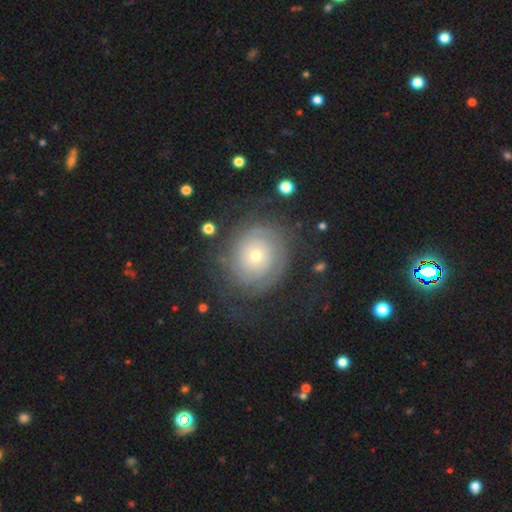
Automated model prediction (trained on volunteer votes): Smooth or featured: featured or disk — 74% (smooth — 18%)
Edge-on disk: no — 97% (yes — 3%)
Bar: no — 86% (weak — 11%)
Spiral arms: yes — 89% (no — 11%)
Spiral winding: tight — 76% (medium — 17%)
Spiral arm count: can't tell — 41% (2 — 29%)
Bulge size: small — 71% (moderate — 24%)
Merging: none — 69% (minor disturbance — 15%)